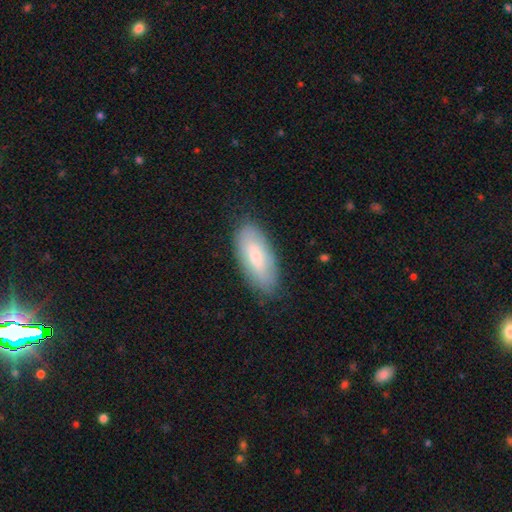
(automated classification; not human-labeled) Smooth or featured? smooth (74%)
How rounded? in between (83%)
Merging? none (81%)